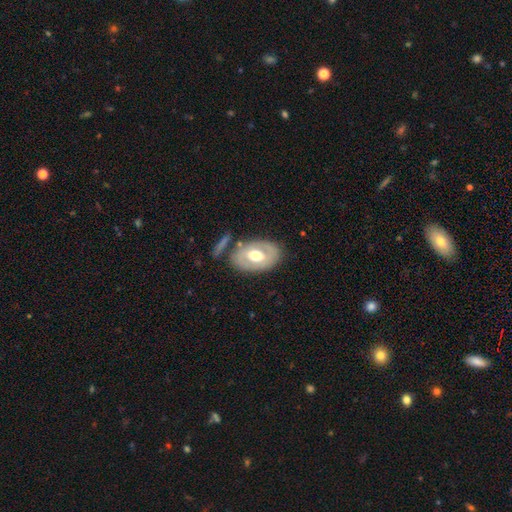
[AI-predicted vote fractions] Smooth or featured: featured or disk — 51% (smooth — 43%)
Edge-on disk: no — 89% (yes — 11%)
Merging: none — 71% (minor disturbance — 16%)